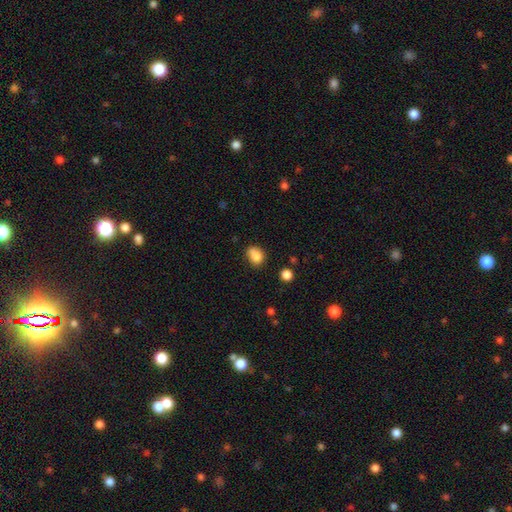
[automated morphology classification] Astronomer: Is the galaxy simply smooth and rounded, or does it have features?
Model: smooth — 83%.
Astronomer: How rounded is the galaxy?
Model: in between — 60% (runner-up: round, 38%).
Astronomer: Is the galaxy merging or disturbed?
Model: none — 58%.